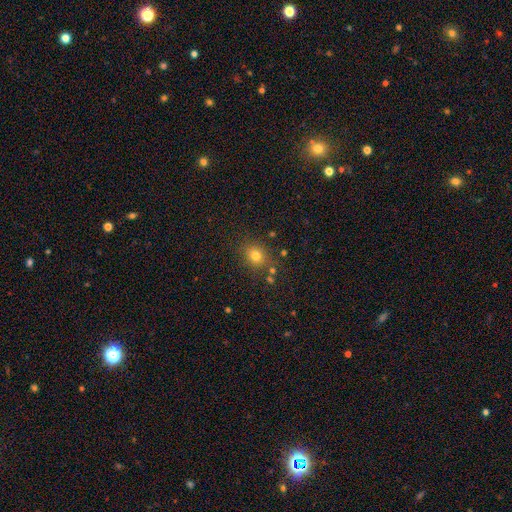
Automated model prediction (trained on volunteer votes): A smooth galaxy with no disk features (76%) that is round (67%).

Vote fractions:
- Smooth or featured? smooth: 76% / star or artifact: 16% / featured or disk: 8%
- How rounded? round: 67% / in between: 32% / cigar-shaped: 1%
- Merging? none: 80% / minor disturbance: 11% / merger: 5% / major disturbance: 4%